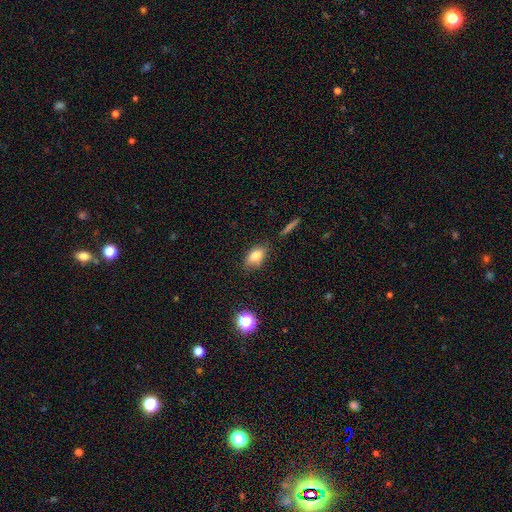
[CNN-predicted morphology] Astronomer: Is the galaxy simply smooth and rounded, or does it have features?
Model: smooth — 78%.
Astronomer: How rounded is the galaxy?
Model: in between — 84%.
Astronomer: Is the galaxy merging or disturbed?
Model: none — 76%.